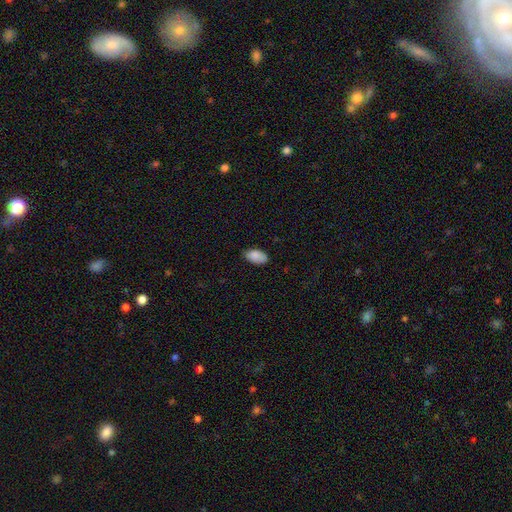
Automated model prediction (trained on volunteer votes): smooth 87%, star or artifact 7%, featured or disk 6%. Down the decision tree: how rounded — in between (94%); merging — none (77%).